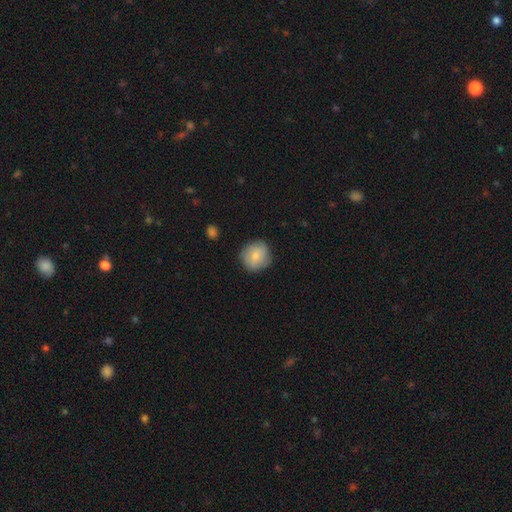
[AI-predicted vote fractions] Morphology: type=smooth (71%); roundness=round (89%); merging=none (79%).